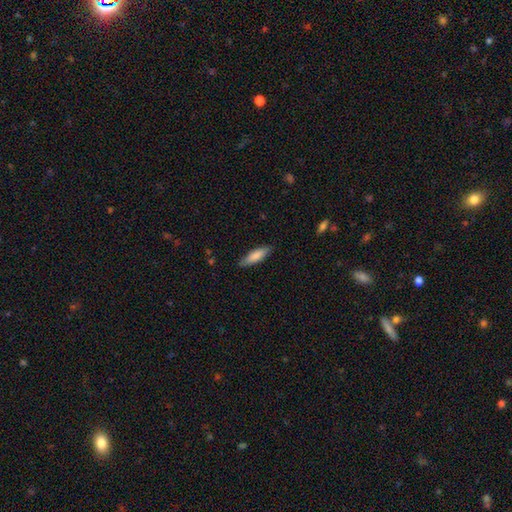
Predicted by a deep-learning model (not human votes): Overall: smooth (81%). How rounded: cigar-shaped (60%; in between 39%). Merging: none (84%).